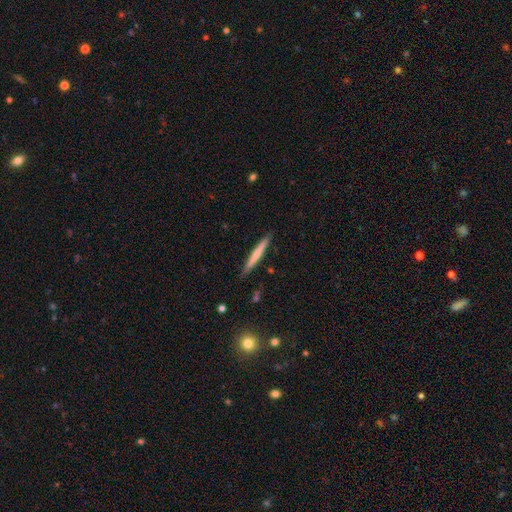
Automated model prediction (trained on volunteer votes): This appears to be a smooth galaxy with no disk features (63%) that is cigar-shaped (96%). Merging: none (87%).